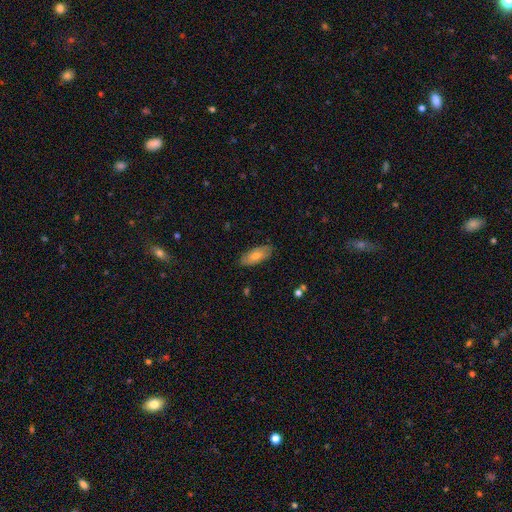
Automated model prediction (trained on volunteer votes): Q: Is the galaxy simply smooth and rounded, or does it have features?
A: smooth — 67%.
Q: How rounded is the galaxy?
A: in between — 82%.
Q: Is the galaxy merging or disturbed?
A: none — 85%.